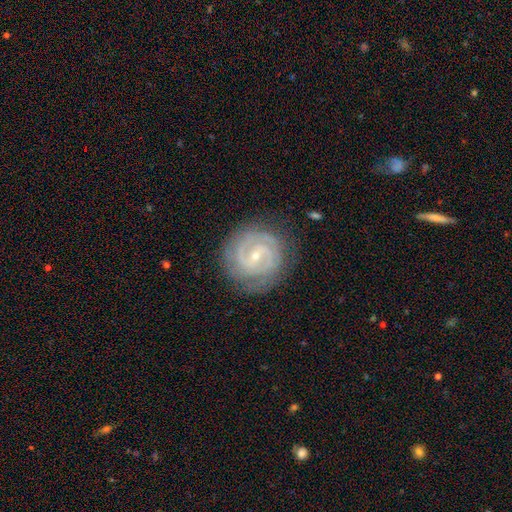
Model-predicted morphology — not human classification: Smooth or featured? Predicted: featured or disk (p=0.88). Edge-on disk? Predicted: no (p=0.98). Bar? Predicted: weak (p=0.45). Spiral arms? Predicted: yes (p=0.97). Spiral winding? Predicted: tight (p=0.71). Spiral arm count? Predicted: 2 (p=0.64). Bulge size? Predicted: small (p=0.75). Merging? Predicted: none (p=0.82).